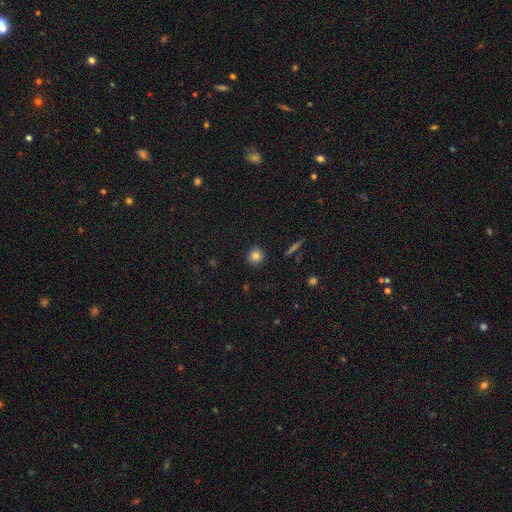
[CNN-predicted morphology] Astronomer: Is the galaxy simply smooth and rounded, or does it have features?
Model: smooth — 83%.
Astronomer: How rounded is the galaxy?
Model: round — 92%.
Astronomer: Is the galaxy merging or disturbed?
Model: none — 91%.